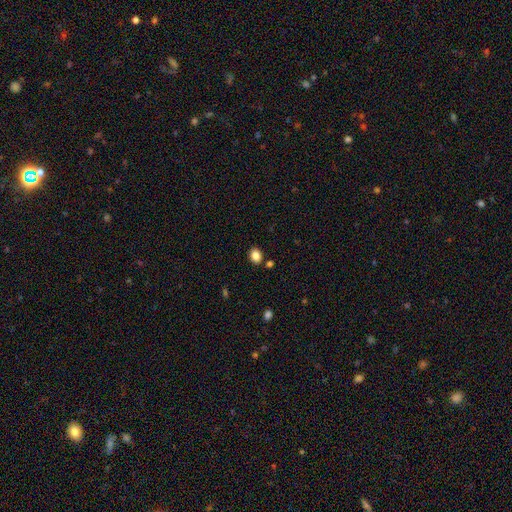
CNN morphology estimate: This is clearly a smooth galaxy (85%). How rounded: likely in between (62%). Merging: clearly none (84%).